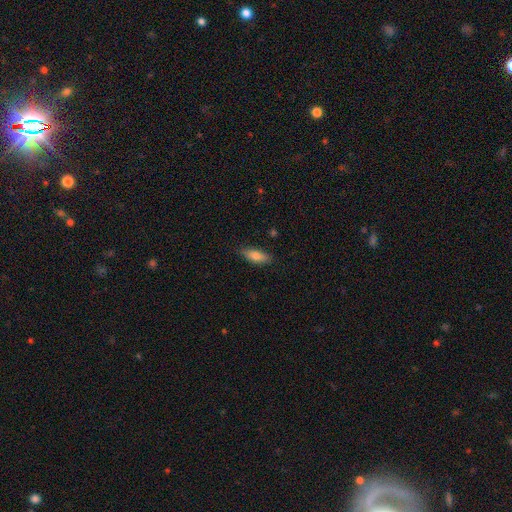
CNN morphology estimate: smooth_or_featured: smooth (p=0.80) [alt: featured or disk p=0.13]
how_rounded: in between (p=0.67) [alt: cigar-shaped p=0.31]
merging: none (p=0.84) [alt: minor disturbance p=0.13]